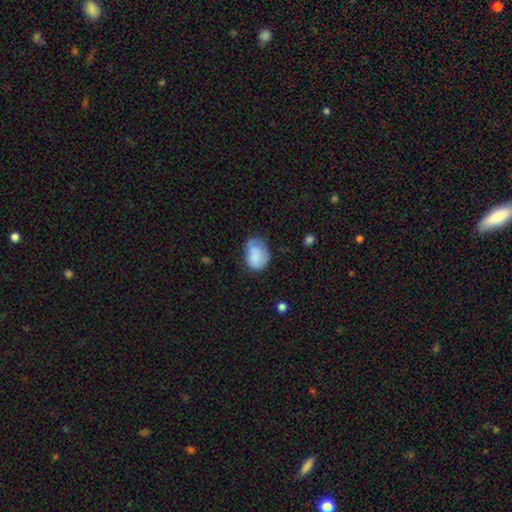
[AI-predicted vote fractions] A smooth galaxy with no disk features (77%) that is in between round and cigar-shaped (71%). Merging: none (46%).